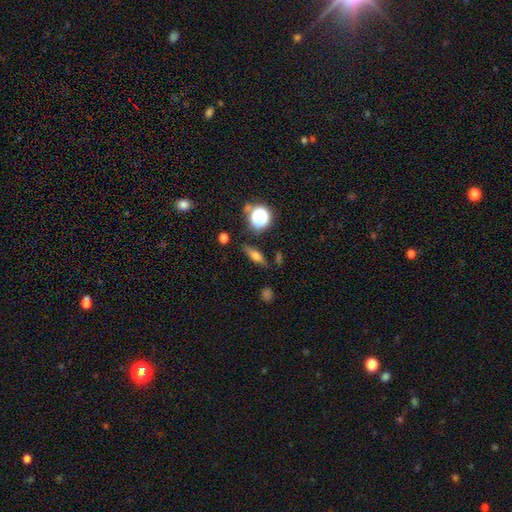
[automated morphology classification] type=smooth (57%); roundness=cigar-shaped (45%); merging=none (82%).